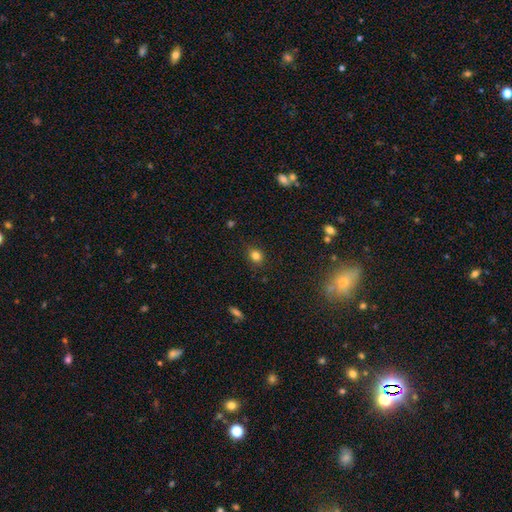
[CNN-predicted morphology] Q: Smooth or featured?
A: smooth (83%); runner-up: star or artifact (12%)
Q: How rounded?
A: round (71%); runner-up: in between (28%)
Q: Merging?
A: none (87%); runner-up: minor disturbance (10%)